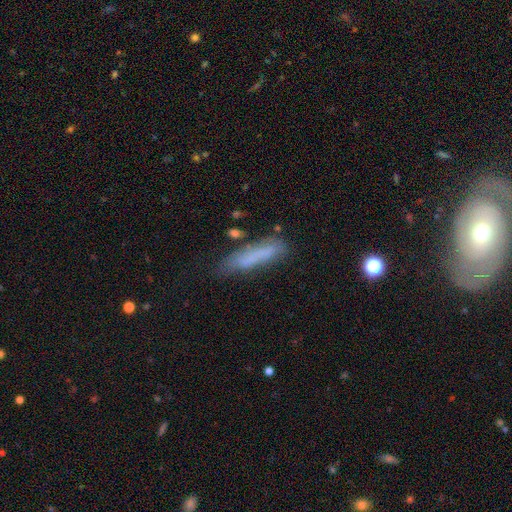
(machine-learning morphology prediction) A smooth galaxy with no disk features (69%) that is cigar-shaped (82%).

Vote fractions:
- Smooth or featured? smooth: 69% / featured or disk: 21% / star or artifact: 10%
- How rounded? cigar-shaped: 82% / in between: 16% / round: 2%
- Merging? none: 66% / minor disturbance: 22% / major disturbance: 7% / merger: 4%